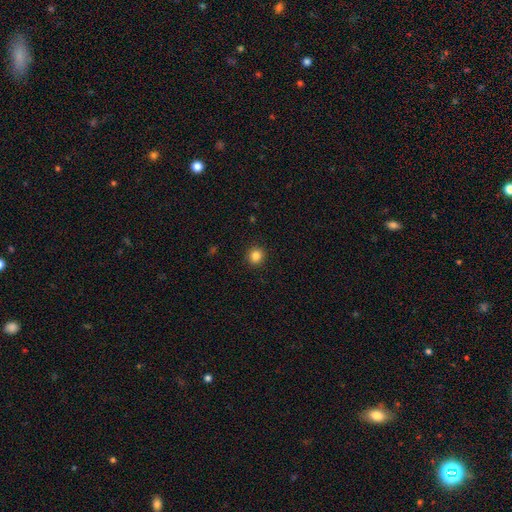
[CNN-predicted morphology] smooth-or-featured: smooth: 84% | star or artifact: 11% | featured or disk: 4%
  how-rounded: round: 91% | in between: 8% | cigar-shaped: 1%
  merging: none: 92% | minor disturbance: 5% | major disturbance: 2% | merger: 1%